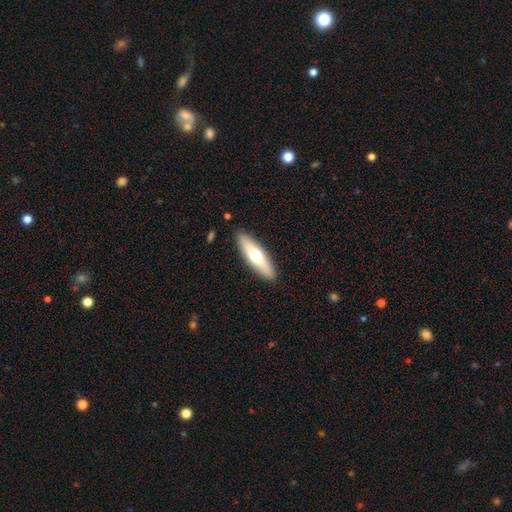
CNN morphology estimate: A smooth galaxy with no disk features (55%) that is cigar-shaped (61%).

Vote fractions:
- Smooth or featured? smooth: 55% / featured or disk: 40% / star or artifact: 5%
- How rounded? cigar-shaped: 61% / in between: 37% / round: 2%
- Merging? none: 90% / minor disturbance: 8% / major disturbance: 2% / merger: 1%